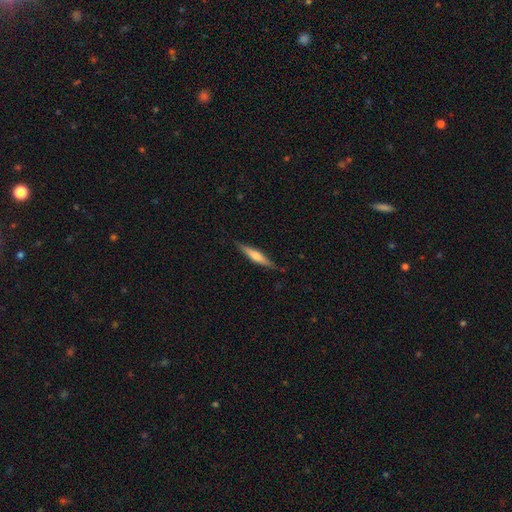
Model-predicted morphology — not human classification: Smooth or featured? featured or disk (48%)
Merging? none (85%)